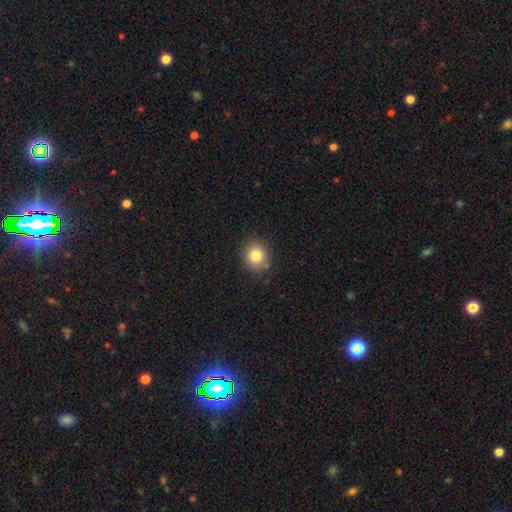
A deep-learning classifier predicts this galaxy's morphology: smooth 83%, star or artifact 10%, featured or disk 7%. Down the decision tree: how rounded — round (77%); merging — none (85%).